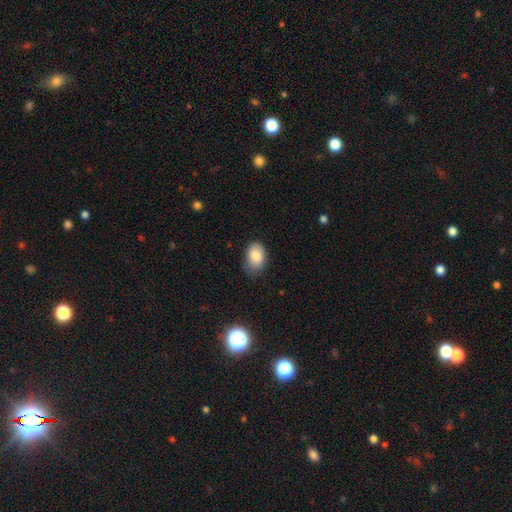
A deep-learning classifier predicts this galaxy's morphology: type=smooth (84%); roundness=in between (86%); merging=none (65%).